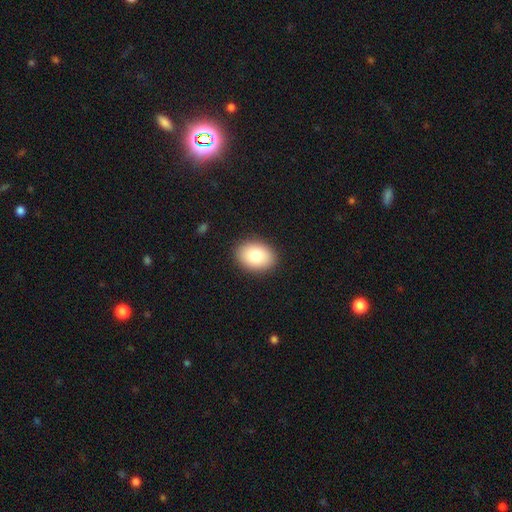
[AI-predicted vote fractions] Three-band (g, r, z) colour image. It shows a smooth galaxy with no disk features (86%) that is in between round and cigar-shaped (79%). Merging: none (90%).